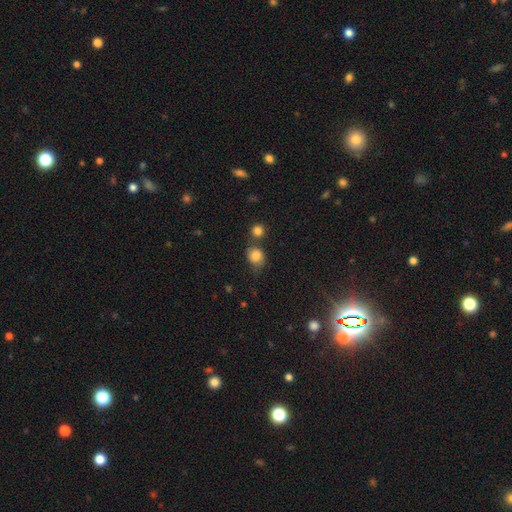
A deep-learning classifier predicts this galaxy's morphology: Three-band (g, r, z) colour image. It shows a smooth galaxy with no disk features (81%) that is round (70%). Merging: none (56%).